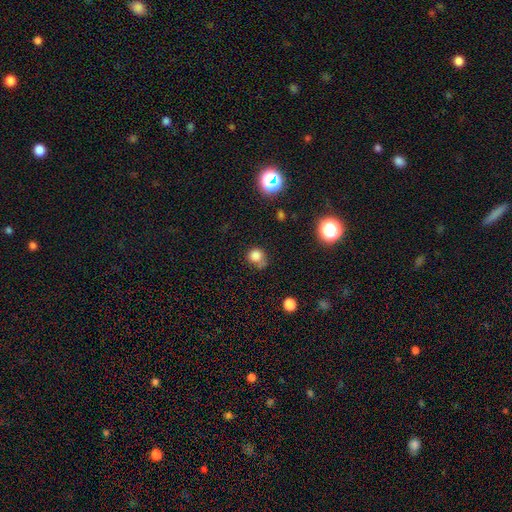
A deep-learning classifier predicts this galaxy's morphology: Smooth or featured? Predicted: smooth (p=0.79). How rounded? Predicted: round (p=0.79). Merging? Predicted: none (p=0.51).